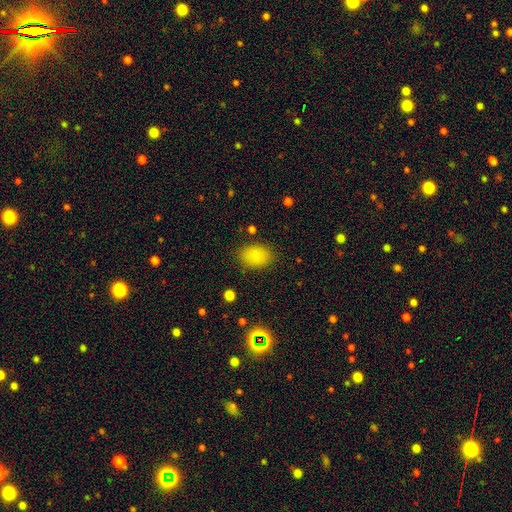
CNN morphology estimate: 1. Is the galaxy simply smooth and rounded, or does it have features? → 85% smooth, 9% star or artifact, 6% featured or disk.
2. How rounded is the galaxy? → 81% in between, 17% round, 1% cigar-shaped.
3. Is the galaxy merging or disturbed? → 84% none, 11% minor disturbance, 4% major disturbance, 1% merger.